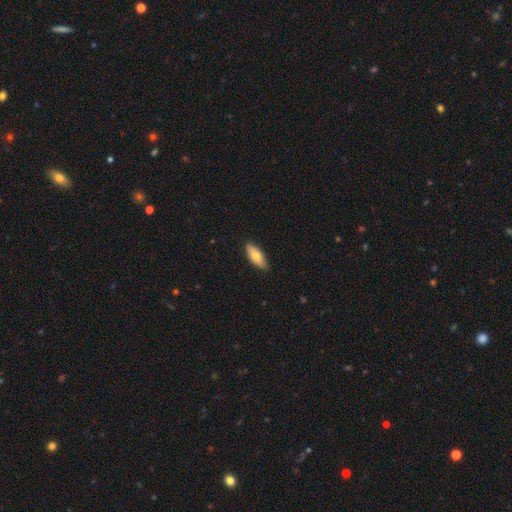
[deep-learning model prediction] A smooth galaxy with no disk features (72%) that is in between round and cigar-shaped (72%).

Vote fractions:
- Smooth or featured? smooth: 72% / featured or disk: 22% / star or artifact: 6%
- How rounded? in between: 72% / cigar-shaped: 26% / round: 2%
- Merging? none: 86% / minor disturbance: 11% / major disturbance: 2% / merger: 1%